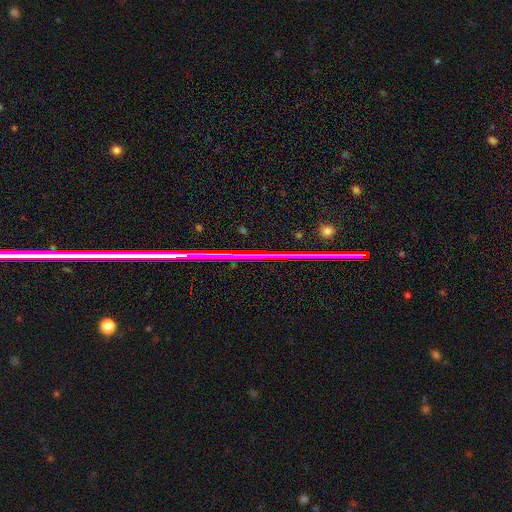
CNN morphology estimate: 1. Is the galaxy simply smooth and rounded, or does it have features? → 80% star or artifact, 12% featured or disk, 9% smooth.